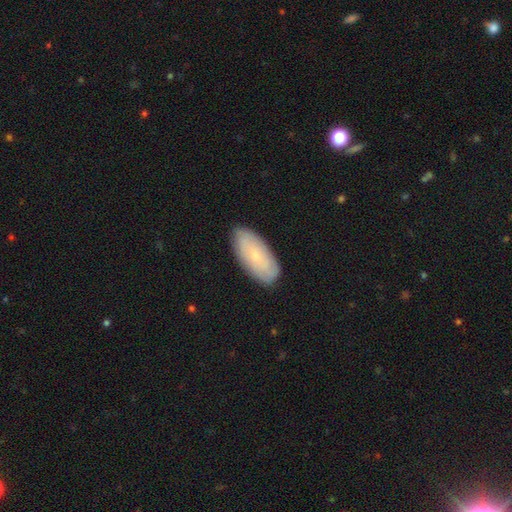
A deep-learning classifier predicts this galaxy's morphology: A smooth galaxy with no disk features (65%) that is in between round and cigar-shaped (90%).

Vote fractions:
- Smooth or featured? smooth: 65% / featured or disk: 28% / star or artifact: 7%
- How rounded? in between: 90% / cigar-shaped: 8% / round: 2%
- Merging? none: 86% / minor disturbance: 11% / major disturbance: 2% / merger: 1%